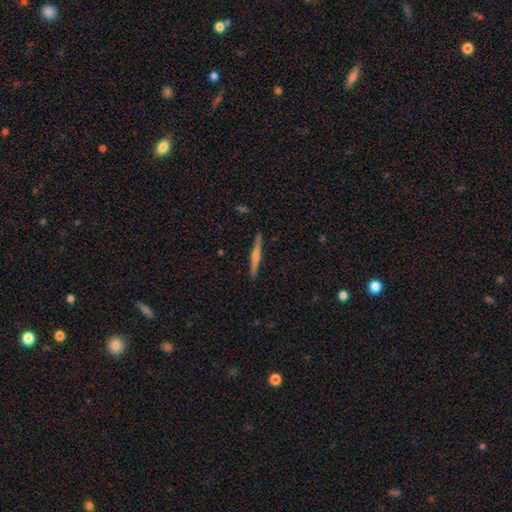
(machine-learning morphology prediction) Smooth or featured?
  - featured or disk: 64% *
  - smooth: 29%
  - star or artifact: 6%
Edge-on disk?
  - yes: 98% *
  - no: 2%
Edge-on bulge?
  - rounded: 75% *
  - none: 17%
  - boxy: 8%
Merging?
  - none: 92% *
  - minor disturbance: 6%
  - major disturbance: 1%
  - merger: 1%